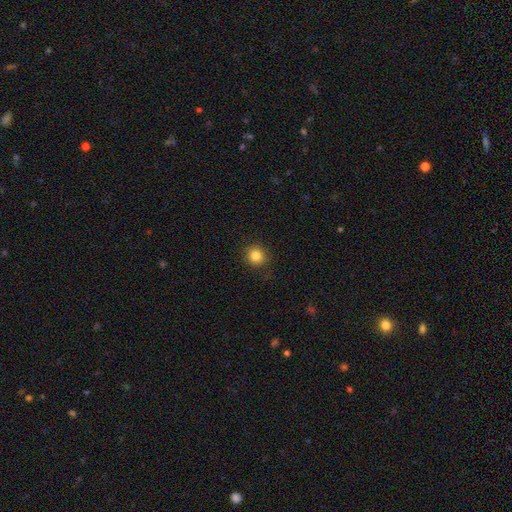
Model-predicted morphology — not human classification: smooth-or-featured: smooth: 83% | star or artifact: 11% | featured or disk: 5%
  how-rounded: round: 91% | in between: 8% | cigar-shaped: 1%
  merging: none: 89% | minor disturbance: 8% | major disturbance: 2% | merger: 1%